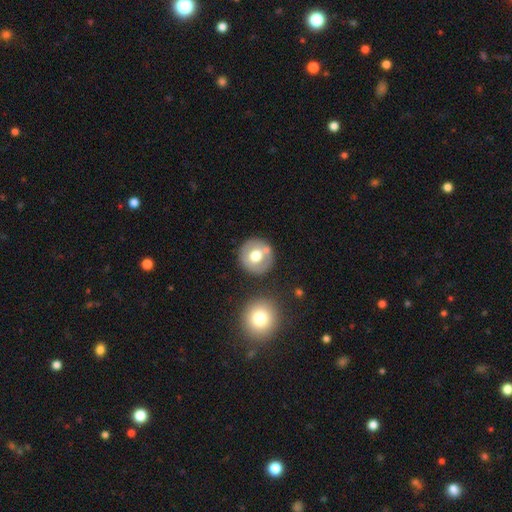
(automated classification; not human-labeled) The model was most divided on "smooth or featured": smooth: 62%, featured or disk: 30%, star or artifact: 8%. More confident: how rounded — round (93%); merging — none (76%).